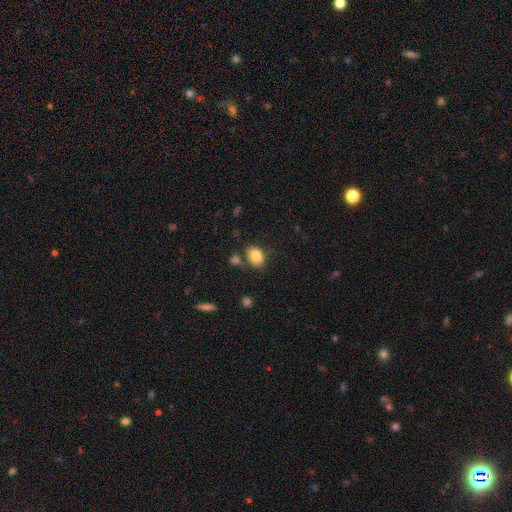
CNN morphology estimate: Smooth or featured: smooth — 84% (featured or disk — 8%)
How rounded: in between — 78% (round — 21%)
Merging: none — 69% (minor disturbance — 16%)